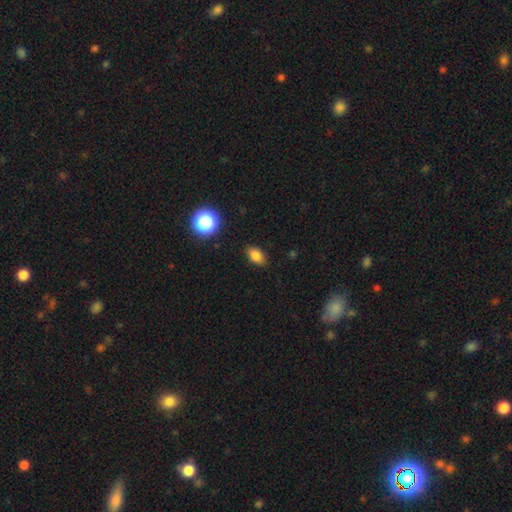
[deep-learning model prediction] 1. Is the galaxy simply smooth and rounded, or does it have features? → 82% smooth, 12% star or artifact, 6% featured or disk.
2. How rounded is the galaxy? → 85% in between, 13% round, 2% cigar-shaped.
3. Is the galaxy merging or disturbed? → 86% none, 10% minor disturbance, 2% major disturbance, 1% merger.